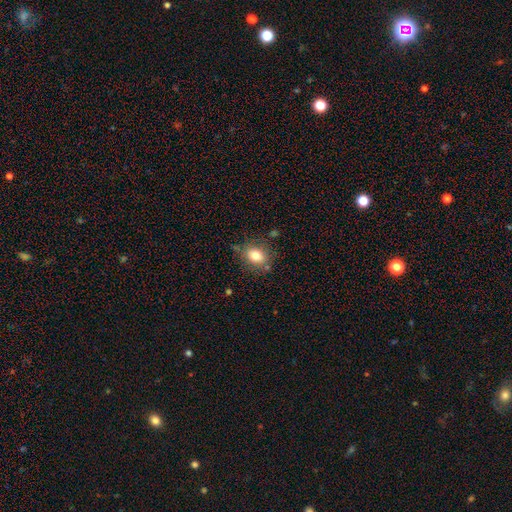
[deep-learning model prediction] Smooth or featured? smooth (80%)
How rounded? in between (56%)
Merging? none (76%)